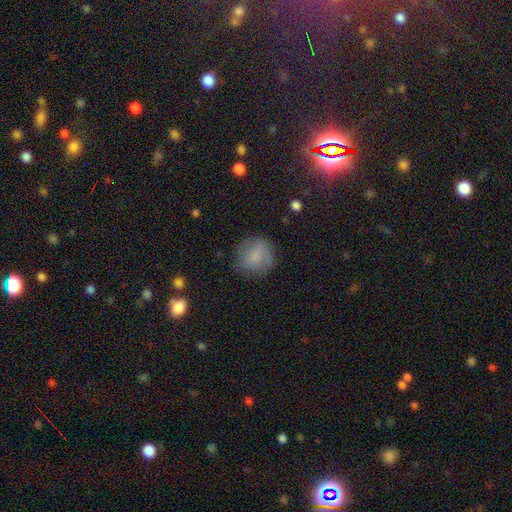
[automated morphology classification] The model was most divided on "merging": none: 73%, minor disturbance: 19%, major disturbance: 7%, merger: 2%. More confident: how rounded — round (85%); smooth or featured — smooth (75%).